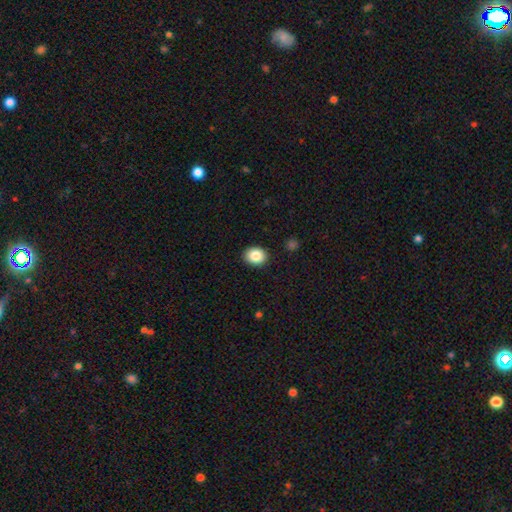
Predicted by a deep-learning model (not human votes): smooth-or-featured: smooth: 86% | star or artifact: 8% | featured or disk: 6%
  how-rounded: round: 53% | in between: 46% | cigar-shaped: 1%
  merging: none: 90% | minor disturbance: 7% | major disturbance: 2% | merger: 1%